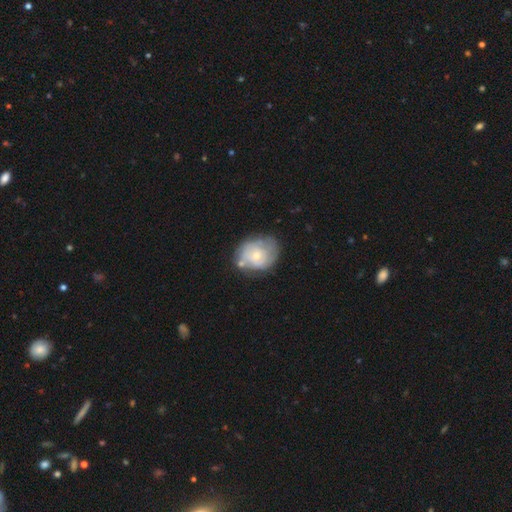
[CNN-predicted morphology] Smooth or featured?
  - featured or disk: 49% *
  - smooth: 44%
  - star or artifact: 7%
Merging?
  - none: 50% *
  - minor disturbance: 28%
  - major disturbance: 12%
  - merger: 11%